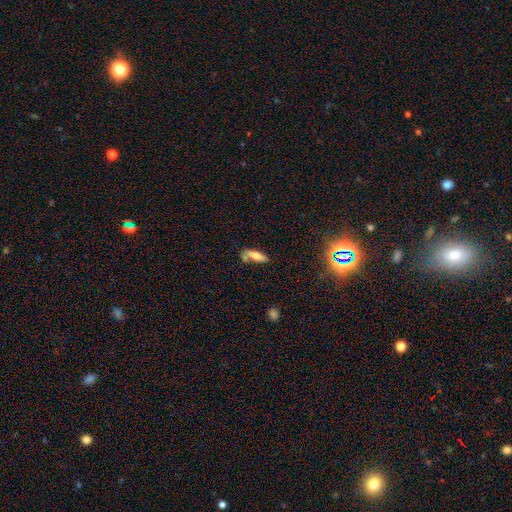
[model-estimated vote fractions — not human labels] smooth-or-featured: smooth: 72% | featured or disk: 20% | star or artifact: 9%
  how-rounded: cigar-shaped: 51% | in between: 47% | round: 2%
  merging: none: 52% | minor disturbance: 21% | merger: 19% | major disturbance: 7%